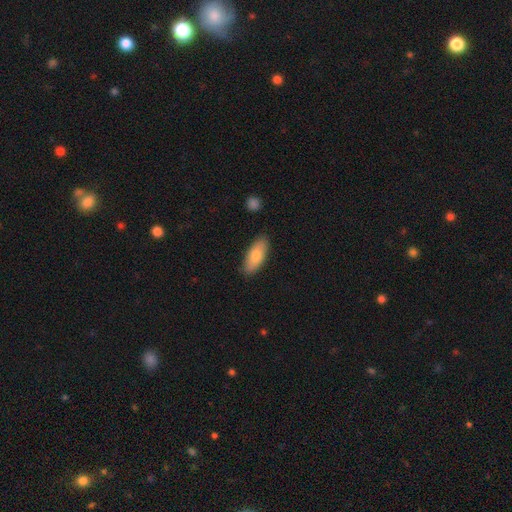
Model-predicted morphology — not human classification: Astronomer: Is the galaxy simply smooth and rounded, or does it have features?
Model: smooth — 81%.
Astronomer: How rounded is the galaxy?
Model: in between — 81%.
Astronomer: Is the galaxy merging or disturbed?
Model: none — 85%.